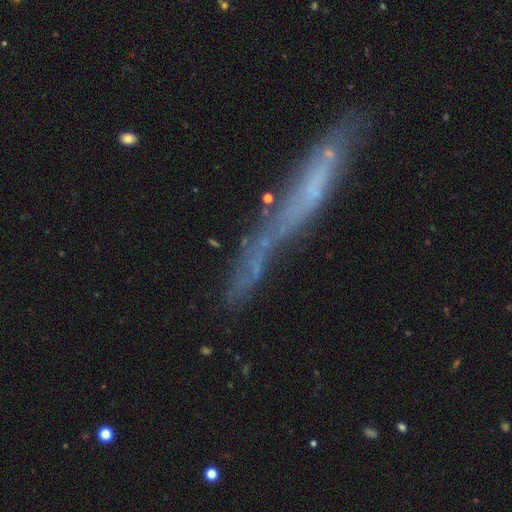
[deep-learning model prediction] Morphology: type=featured or disk (42%); merging=none (50%).